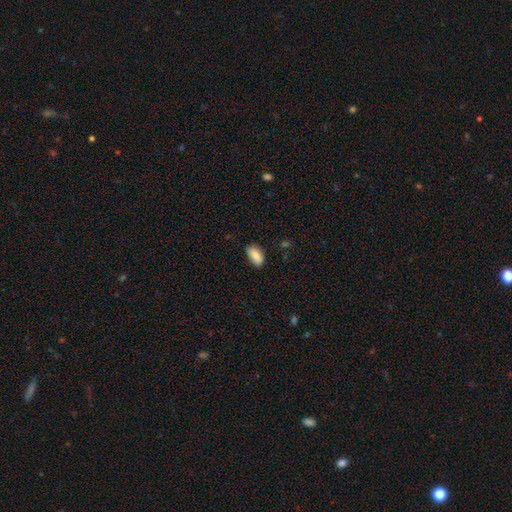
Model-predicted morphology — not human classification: Smooth or featured? smooth (87%)
How rounded? in between (92%)
Merging? none (74%)